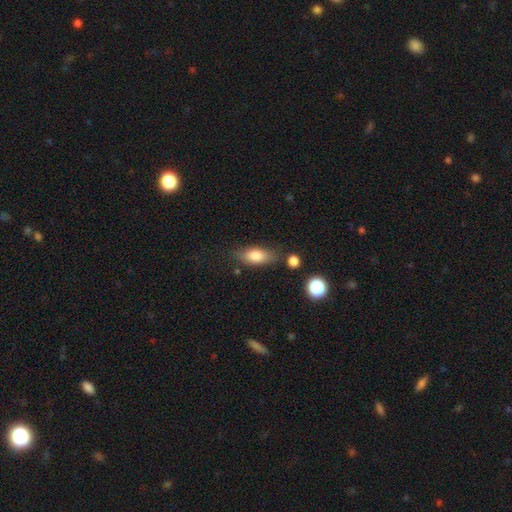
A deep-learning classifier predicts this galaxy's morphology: Q: Smooth or featured?
A: smooth (79%); runner-up: featured or disk (13%)
Q: How rounded?
A: in between (79%); runner-up: cigar-shaped (17%)
Q: Merging?
A: none (74%); runner-up: minor disturbance (16%)